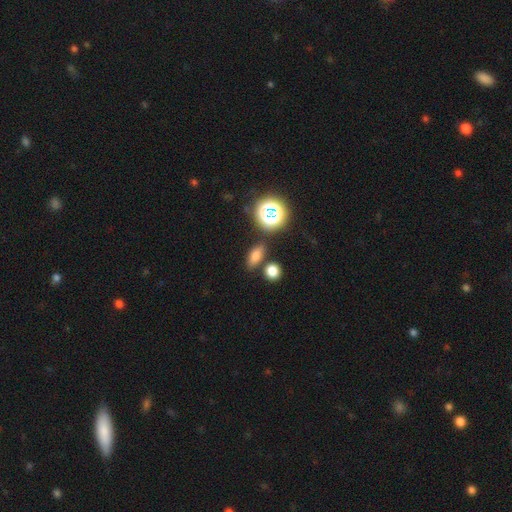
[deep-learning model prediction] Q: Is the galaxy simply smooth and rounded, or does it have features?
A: smooth — 70%.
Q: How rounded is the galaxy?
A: in between — 72%.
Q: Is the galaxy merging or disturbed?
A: none — 79%.